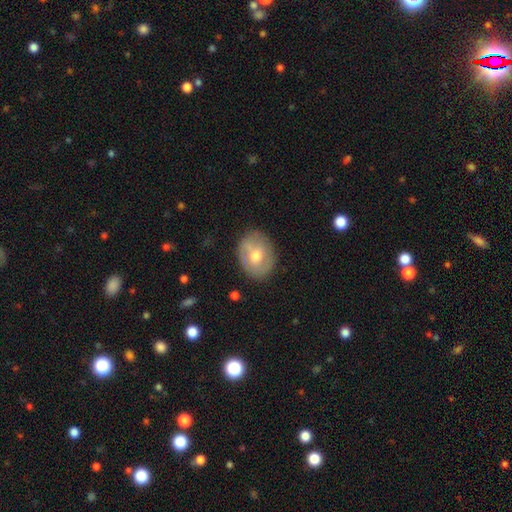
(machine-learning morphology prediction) Q: Smooth or featured?
A: smooth (48%); runner-up: featured or disk (45%)
Q: Merging?
A: none (80%); runner-up: minor disturbance (15%)